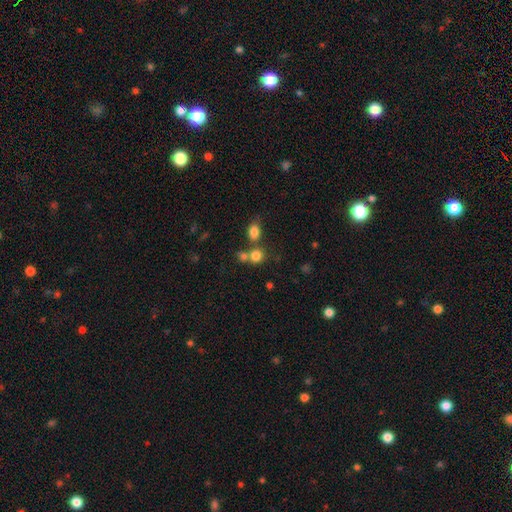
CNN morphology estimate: Overall: smooth (80%). How rounded: round (78%). Merging: none (53%; merger 34%).